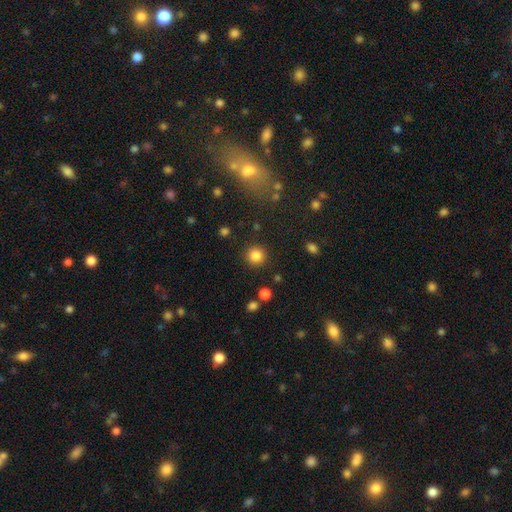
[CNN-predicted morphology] smooth_or_featured: smooth (p=0.85) [alt: star or artifact p=0.11]
how_rounded: round (p=0.94) [alt: in between p=0.05]
merging: none (p=0.89) [alt: minor disturbance p=0.06]